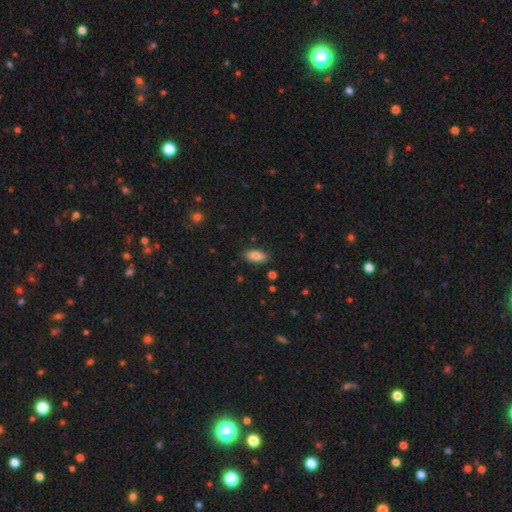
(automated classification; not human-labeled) Smooth or featured?
  - smooth: 87% *
  - star or artifact: 7%
  - featured or disk: 6%
How rounded?
  - in between: 90% *
  - cigar-shaped: 7%
  - round: 3%
Merging?
  - none: 86% *
  - minor disturbance: 11%
  - major disturbance: 2%
  - merger: 1%